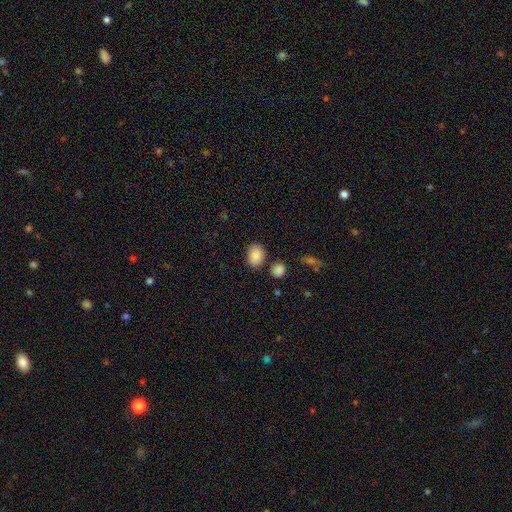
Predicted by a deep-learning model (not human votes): Smooth or featured? smooth (87%)
How rounded? in between (66%)
Merging? none (75%)